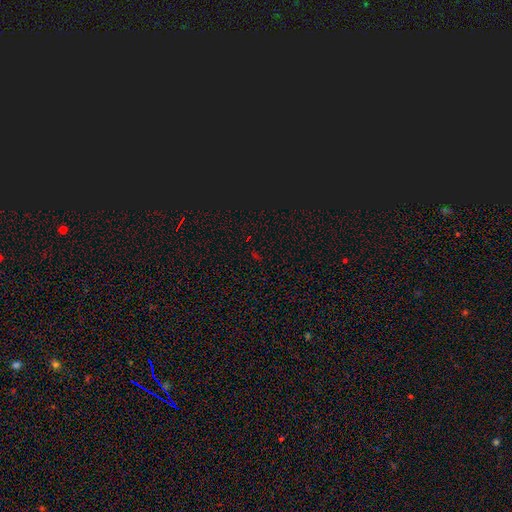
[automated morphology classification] smooth_or_featured: star or artifact (p=0.72) [alt: smooth p=0.20]